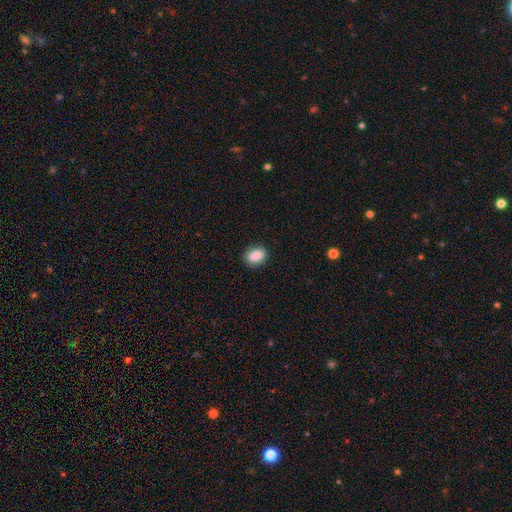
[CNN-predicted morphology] A smooth galaxy with no disk features (89%) that is in between round and cigar-shaped (78%).

Vote fractions:
- Smooth or featured? smooth: 89% / star or artifact: 8% / featured or disk: 3%
- How rounded? in between: 78% / round: 20% / cigar-shaped: 1%
- Merging? none: 85% / minor disturbance: 11% / major disturbance: 2% / merger: 1%